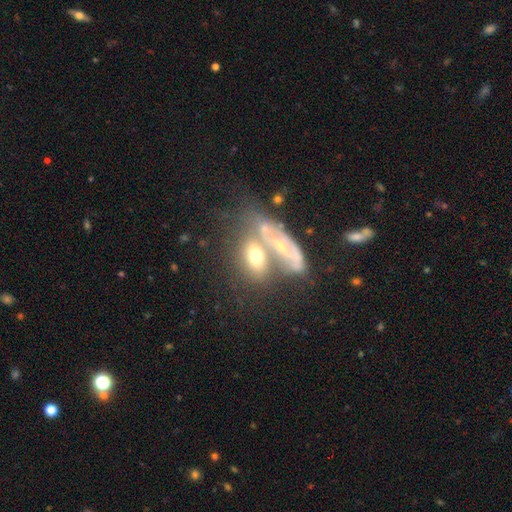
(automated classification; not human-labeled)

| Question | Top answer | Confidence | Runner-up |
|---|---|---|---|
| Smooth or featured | smooth | 54% | featured or disk (37%) |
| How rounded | in between | 76% | round (16%) |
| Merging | merger | 47% | none (29%) |